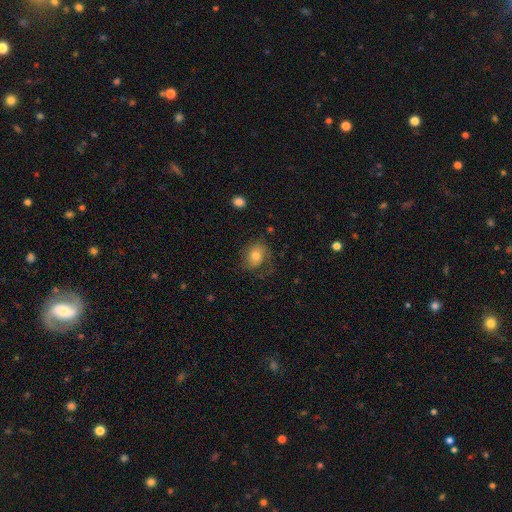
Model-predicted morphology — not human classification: A smooth galaxy with no disk features (58%) that is round (56%).

Vote fractions:
- Smooth or featured? smooth: 58% / featured or disk: 33% / star or artifact: 9%
- How rounded? round: 56% / in between: 42% / cigar-shaped: 1%
- Merging? none: 55% / minor disturbance: 22% / major disturbance: 21% / merger: 2%